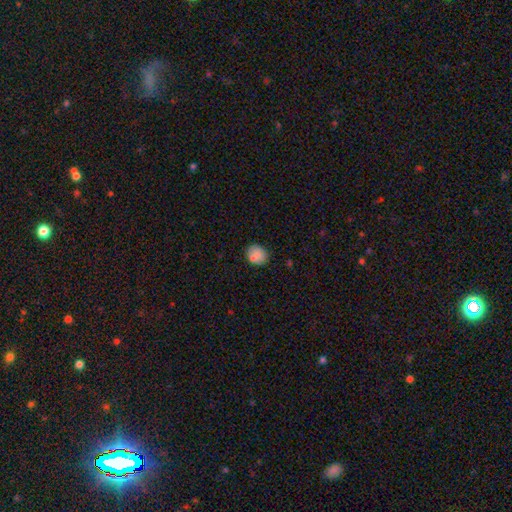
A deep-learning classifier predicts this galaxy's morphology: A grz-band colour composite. It shows a smooth galaxy with no disk features (80%) that is round (69%). Merging: none (69%).